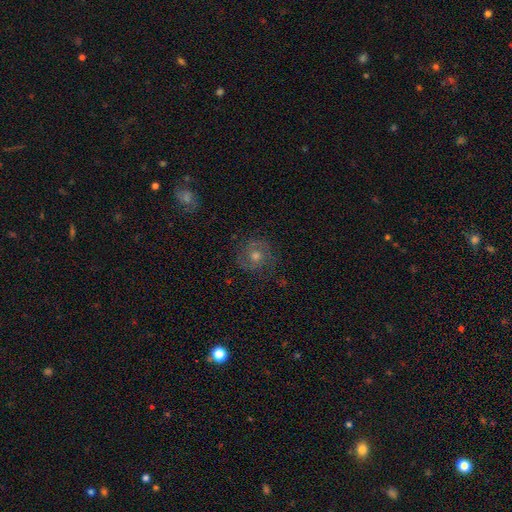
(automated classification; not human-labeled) featured or disk 62%, smooth 21%, star or artifact 17%. Down the decision tree: edge-on disk — no (97%); bar — no (73%); spiral arms — yes (89%); spiral arm count — 2 (60%); spiral winding — tight (50%); bulge size — moderate (67%); merging — none (80%).